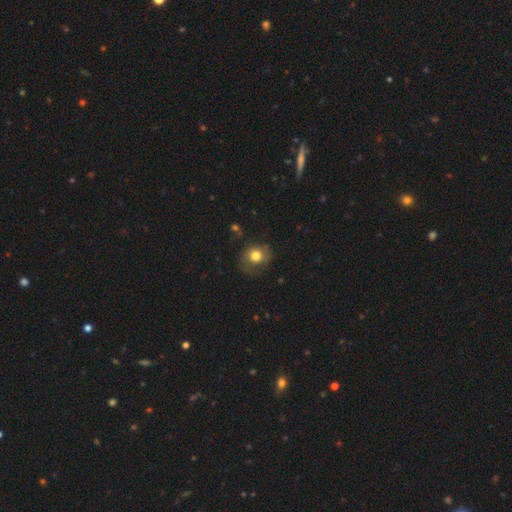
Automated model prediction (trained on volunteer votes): smooth-or-featured: smooth: 70% | featured or disk: 20% | star or artifact: 9%
  how-rounded: round: 71% | in between: 28% | cigar-shaped: 1%
  merging: none: 64% | minor disturbance: 22% | major disturbance: 13% | merger: 2%